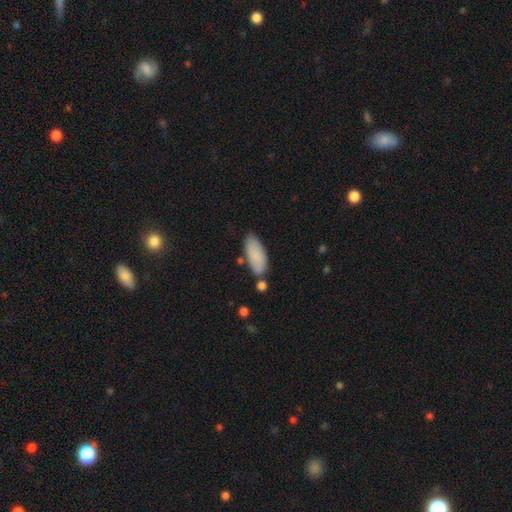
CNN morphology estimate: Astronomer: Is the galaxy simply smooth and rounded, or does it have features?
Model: smooth — 86%.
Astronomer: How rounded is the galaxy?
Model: in between — 82%.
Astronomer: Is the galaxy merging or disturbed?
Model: none — 71%.